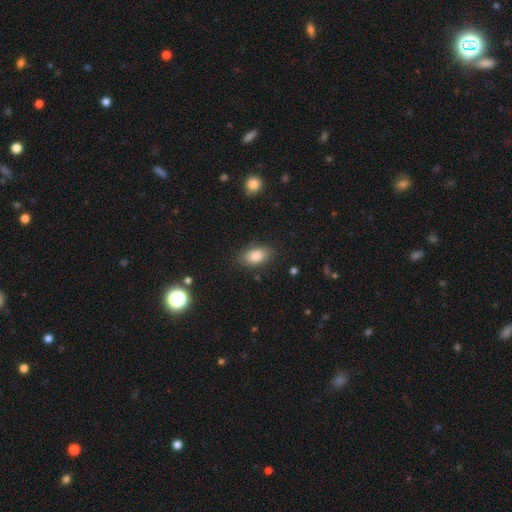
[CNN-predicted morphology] Smooth or featured? Predicted: smooth (p=0.85). How rounded? Predicted: in between (p=0.90). Merging? Predicted: none (p=0.84).